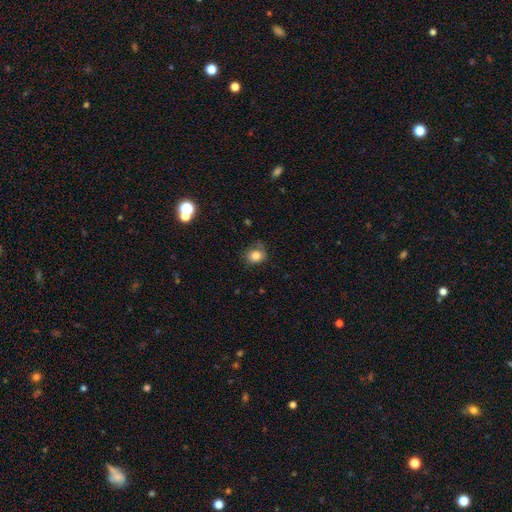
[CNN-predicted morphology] Smooth or featured? Predicted: smooth (p=0.81). How rounded? Predicted: round (p=0.66). Merging? Predicted: none (p=0.64).